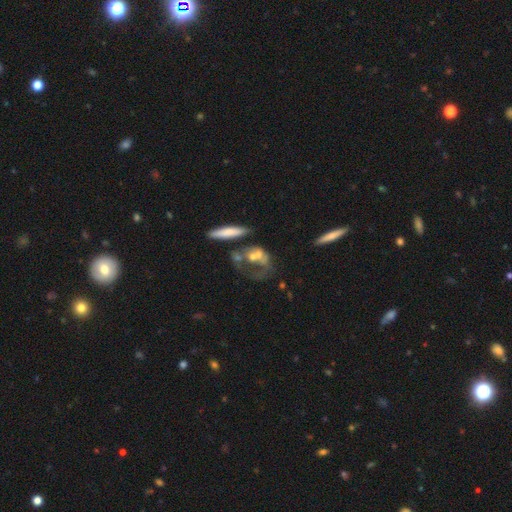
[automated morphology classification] type=smooth (45%, tied with featured or disk); merging=major disturbance (34%).